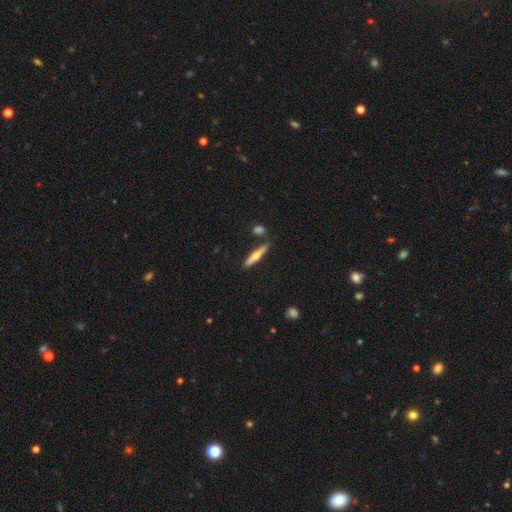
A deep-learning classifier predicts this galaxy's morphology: type=smooth (52%); roundness=cigar-shaped (87%); merging=none (81%).